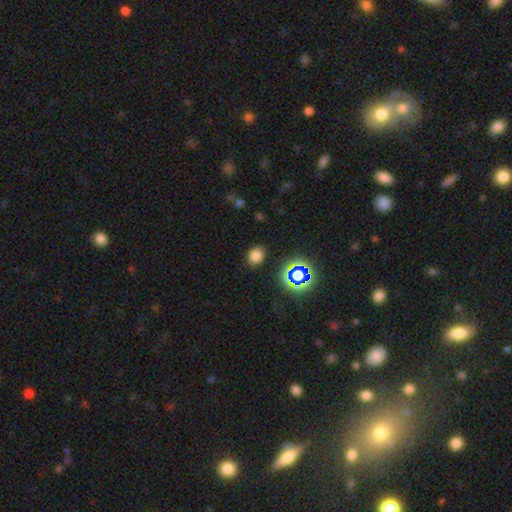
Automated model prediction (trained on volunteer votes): smooth-or-featured: smooth: 73% | star or artifact: 21% | featured or disk: 6%
  how-rounded: round: 51% | in between: 48% | cigar-shaped: 1%
  merging: none: 85% | minor disturbance: 10% | major disturbance: 3% | merger: 2%